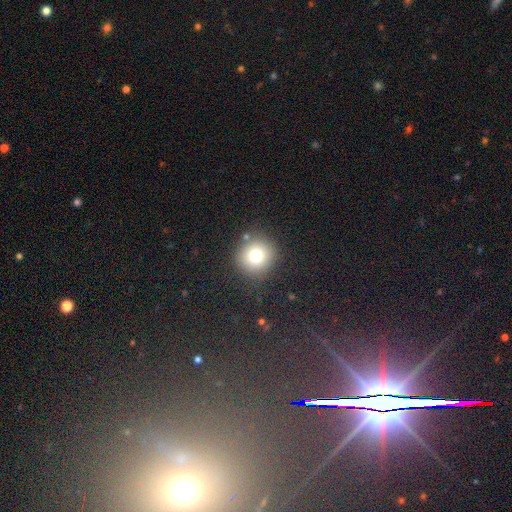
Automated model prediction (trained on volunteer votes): Smooth or featured? smooth (78%)
How rounded? round (92%)
Merging? none (86%)